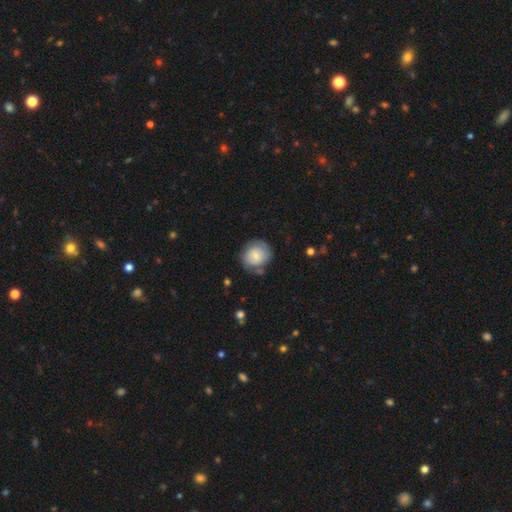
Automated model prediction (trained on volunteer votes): Smooth or featured?
  - smooth: 55% *
  - featured or disk: 38%
  - star or artifact: 7%
How rounded?
  - round: 82% *
  - in between: 17%
  - cigar-shaped: 1%
Merging?
  - none: 67% *
  - minor disturbance: 20%
  - major disturbance: 8%
  - merger: 5%